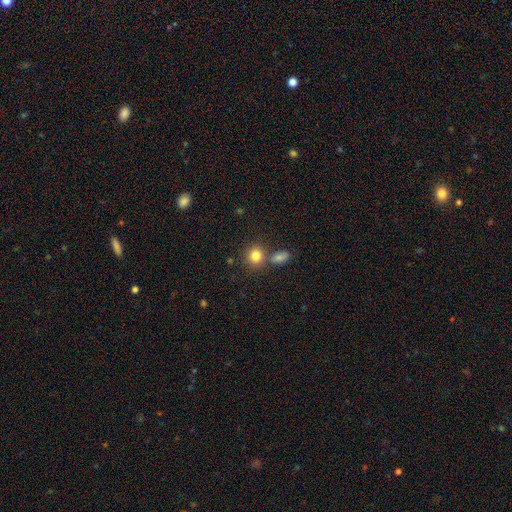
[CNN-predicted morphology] Smooth or featured?
  - smooth: 81% *
  - star or artifact: 11%
  - featured or disk: 7%
How rounded?
  - round: 79% *
  - in between: 20%
  - cigar-shaped: 1%
Merging?
  - none: 65% *
  - merger: 22%
  - minor disturbance: 10%
  - major disturbance: 4%